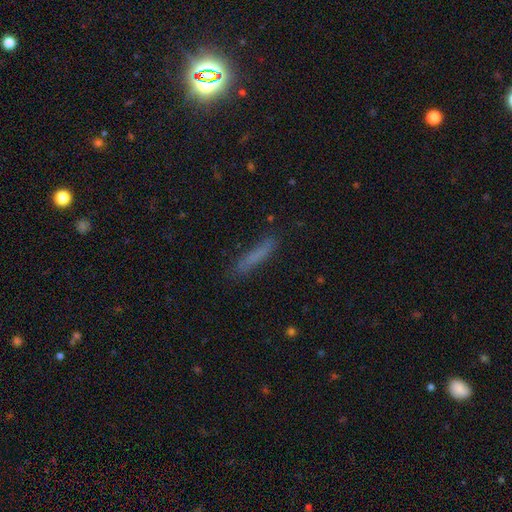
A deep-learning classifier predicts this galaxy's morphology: This appears to be a smooth galaxy with no disk features (72%) that is cigar-shaped (90%). Merging: none (79%).